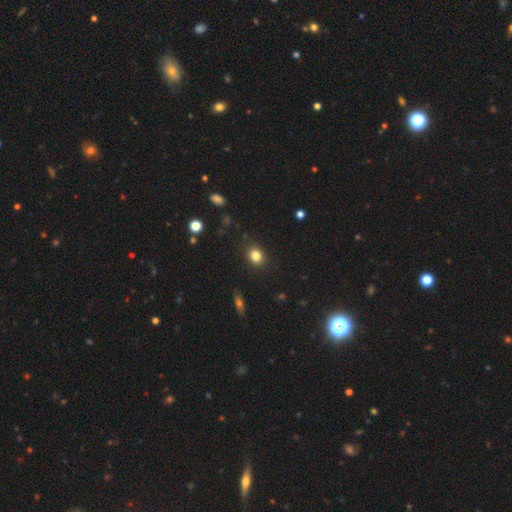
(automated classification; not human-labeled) Smooth or featured? smooth (82%)
How rounded? round (58%)
Merging? none (87%)